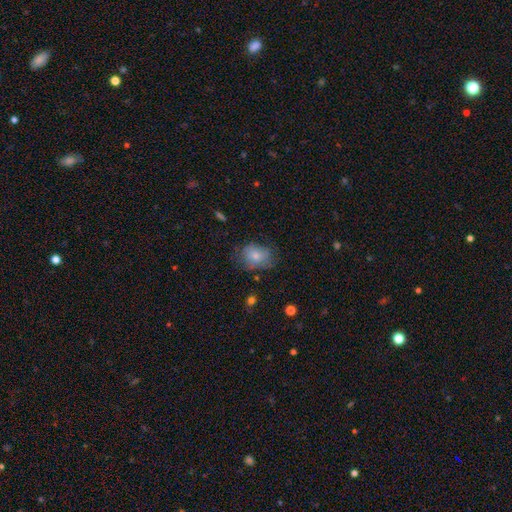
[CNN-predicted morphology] smooth_or_featured: smooth (p=0.74) [alt: featured or disk p=0.17]
how_rounded: in between (p=0.58) [alt: round p=0.41]
merging: none (p=0.54) [alt: minor disturbance p=0.30]